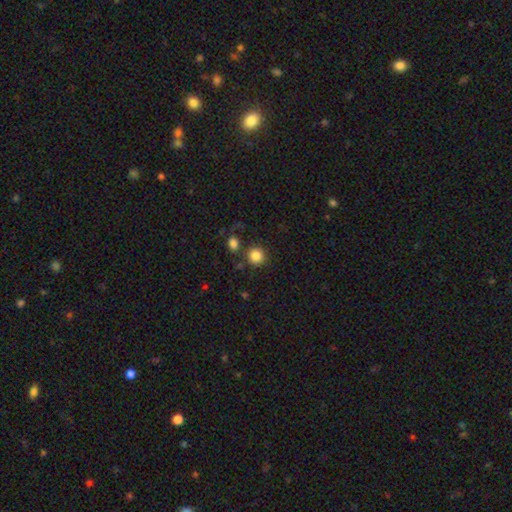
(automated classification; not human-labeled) Smooth or featured? smooth (85%)
How rounded? round (92%)
Merging? none (79%)